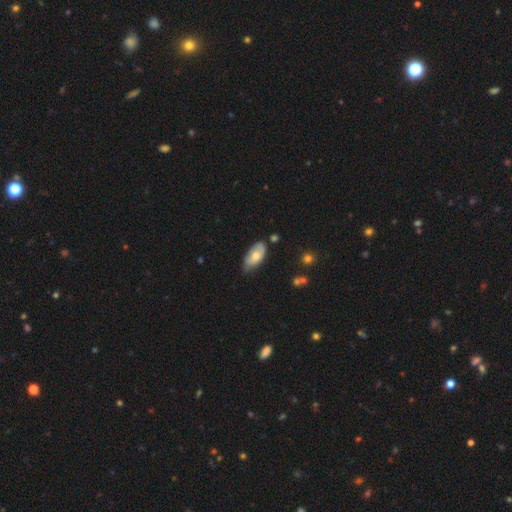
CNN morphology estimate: Q: Smooth or featured?
A: smooth (58%); runner-up: featured or disk (35%)
Q: How rounded?
A: in between (93%); runner-up: cigar-shaped (4%)
Q: Merging?
A: none (58%); runner-up: minor disturbance (33%)